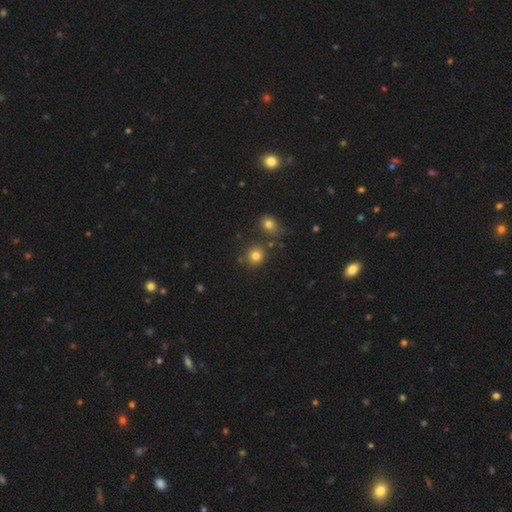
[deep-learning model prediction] This appears to be a smooth galaxy with no disk features (80%) that is round (89%). Merging: none (78%).